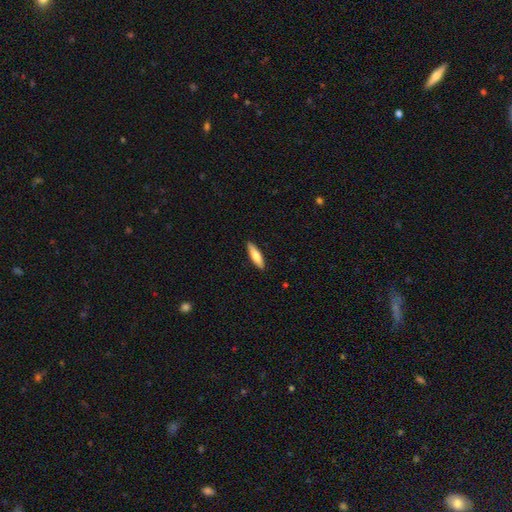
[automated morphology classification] The model was most divided on "how rounded": cigar-shaped: 65%, in between: 34%, round: 2%. More confident: merging — none (90%); smooth or featured — smooth (71%).